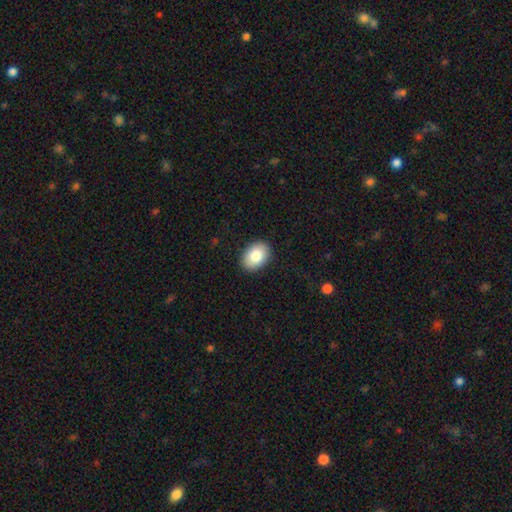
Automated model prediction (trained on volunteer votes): smooth-or-featured: smooth: 85% | featured or disk: 9% | star or artifact: 7%
  how-rounded: in between: 83% | round: 16% | cigar-shaped: 1%
  merging: none: 90% | minor disturbance: 7% | major disturbance: 2% | merger: 1%